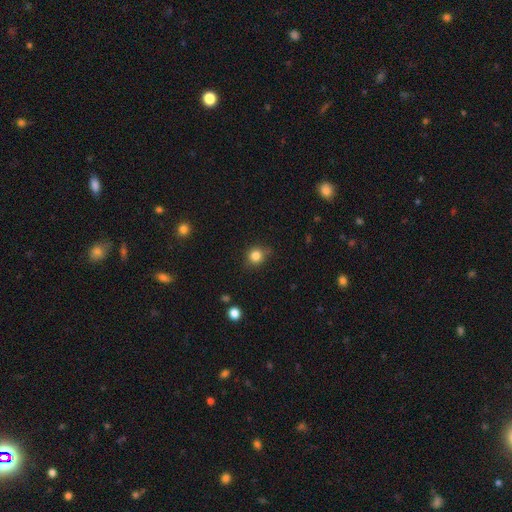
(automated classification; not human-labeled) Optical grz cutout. It shows a smooth galaxy with no disk features (83%) that is round (82%). Merging: none (75%).